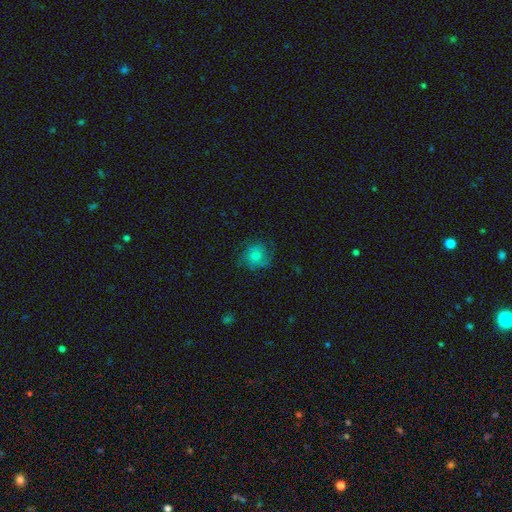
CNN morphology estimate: smooth-or-featured: smooth: 69% | featured or disk: 22% | star or artifact: 9%
  how-rounded: round: 82% | in between: 17% | cigar-shaped: 1%
  merging: none: 69% | minor disturbance: 21% | major disturbance: 9% | merger: 1%